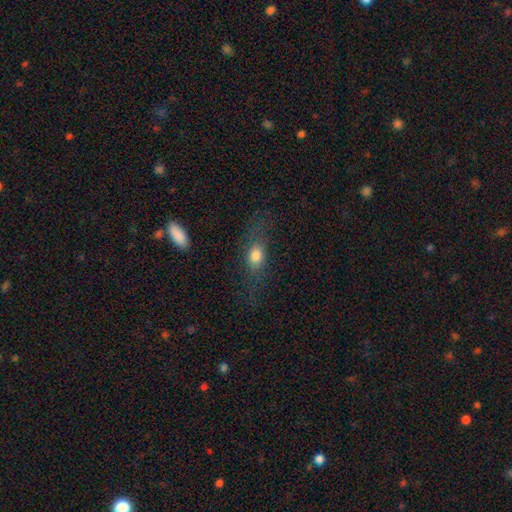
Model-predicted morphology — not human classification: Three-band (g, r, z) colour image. It shows a smooth galaxy with no disk features (72%) that is in between round and cigar-shaped (65%). Merging: none (64%).